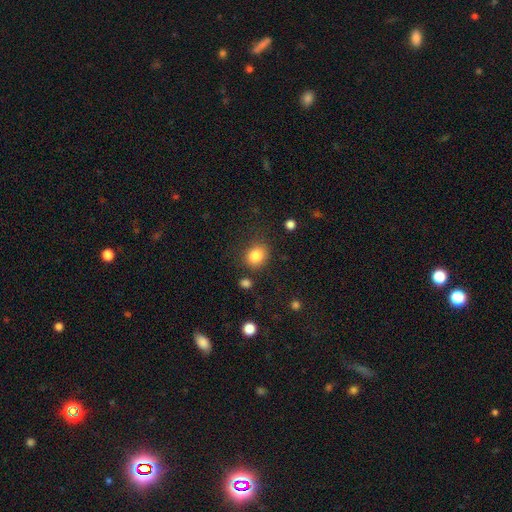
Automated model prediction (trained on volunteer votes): A smooth galaxy with no disk features (84%) that is round (68%).

Vote fractions:
- Smooth or featured? smooth: 84% / star or artifact: 10% / featured or disk: 6%
- How rounded? round: 68% / in between: 31% / cigar-shaped: 1%
- Merging? none: 78% / minor disturbance: 13% / major disturbance: 5% / merger: 4%